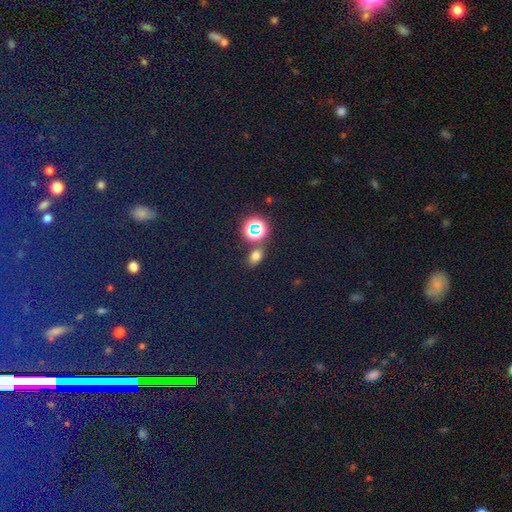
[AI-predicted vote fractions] Overall: smooth (64%; star or artifact 28%). How rounded: in between (74%). Merging: none (78%).